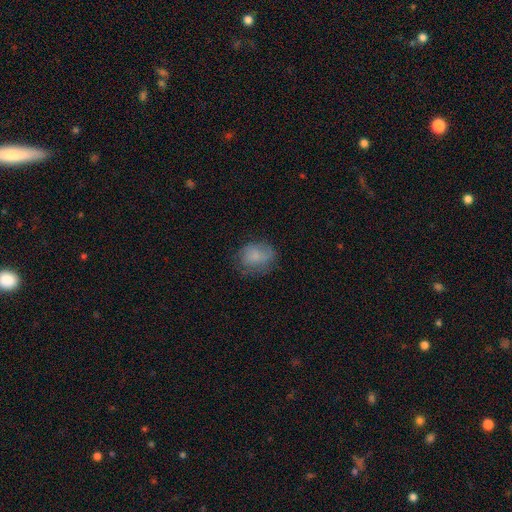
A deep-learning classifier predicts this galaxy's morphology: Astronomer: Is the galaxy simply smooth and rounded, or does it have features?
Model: smooth — 73%.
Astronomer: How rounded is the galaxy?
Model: round — 60% (runner-up: in between, 39%).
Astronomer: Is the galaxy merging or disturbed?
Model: none — 62%.